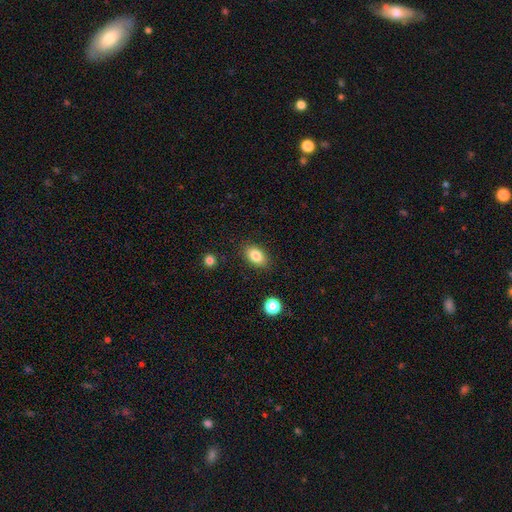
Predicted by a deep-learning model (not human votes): This is clearly a smooth galaxy (84%). How rounded: clearly in between (86%). Merging: clearly none (86%).